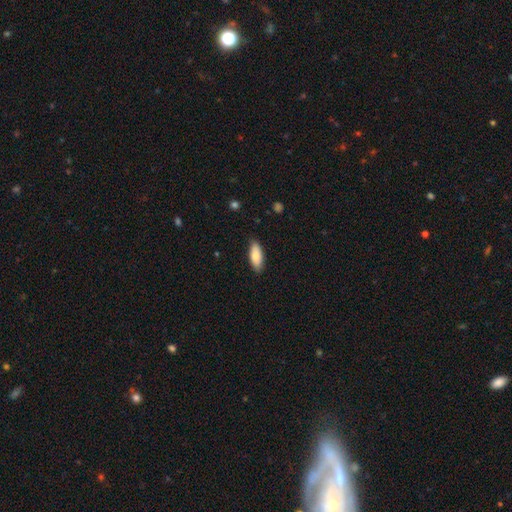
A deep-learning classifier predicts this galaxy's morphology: Smooth or featured: smooth — 81% (featured or disk — 13%)
How rounded: in between — 79% (cigar-shaped — 19%)
Merging: none — 85% (minor disturbance — 12%)